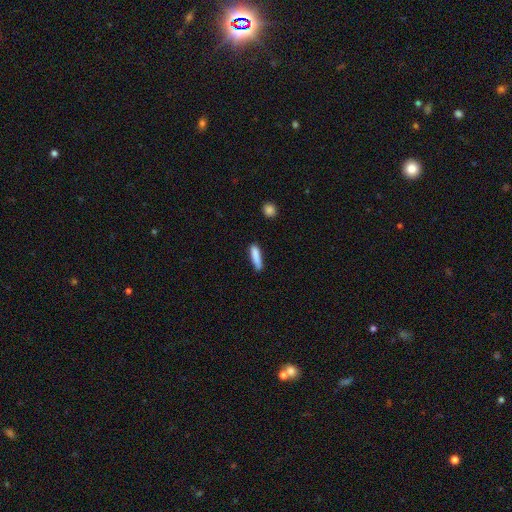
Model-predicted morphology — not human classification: Overall: smooth (85%). How rounded: cigar-shaped (83%). Merging: none (81%).